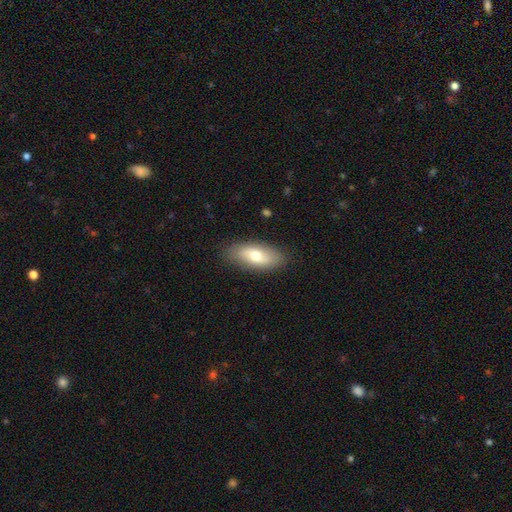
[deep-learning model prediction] smooth 66%, featured or disk 27%, star or artifact 6%. Down the decision tree: how rounded — in between (84%); merging — none (86%).